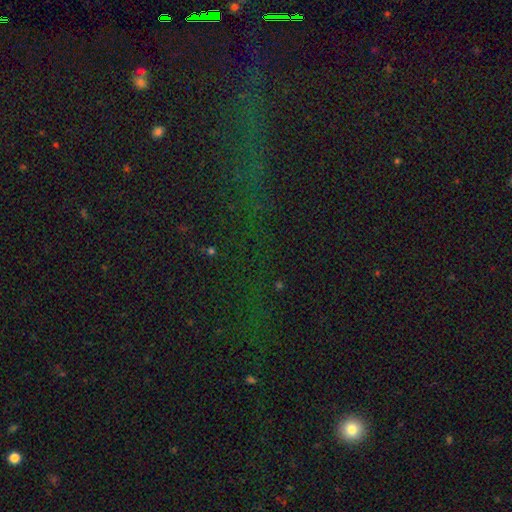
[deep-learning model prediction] Smooth or featured: star or artifact — 72% (smooth — 16%)